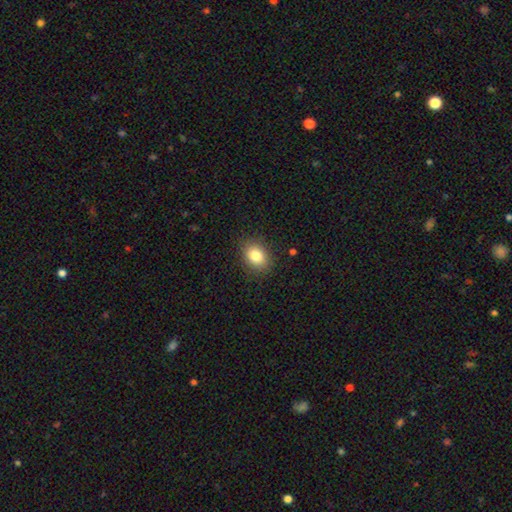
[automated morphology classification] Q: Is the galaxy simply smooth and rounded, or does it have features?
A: smooth — 83%.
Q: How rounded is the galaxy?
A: in between — 65%.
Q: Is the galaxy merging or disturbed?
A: none — 87%.